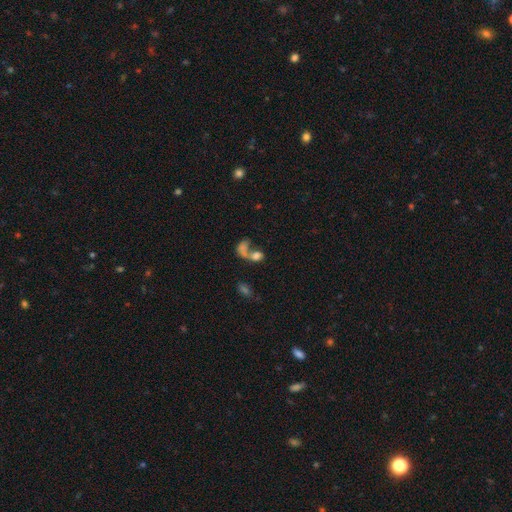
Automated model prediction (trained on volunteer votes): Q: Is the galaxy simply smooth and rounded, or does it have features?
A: smooth — 65%.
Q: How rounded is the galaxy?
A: in between — 69%.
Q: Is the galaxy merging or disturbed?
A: merger — 64%.